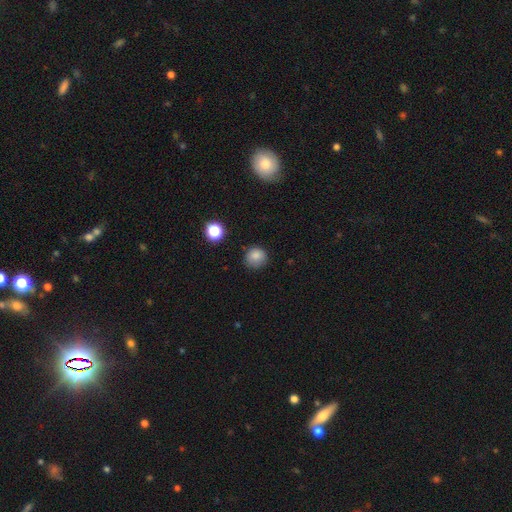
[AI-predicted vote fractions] smooth_or_featured: smooth (p=0.82) [alt: star or artifact p=0.12]
how_rounded: round (p=0.90) [alt: in between p=0.09]
merging: none (p=0.79) [alt: minor disturbance p=0.15]